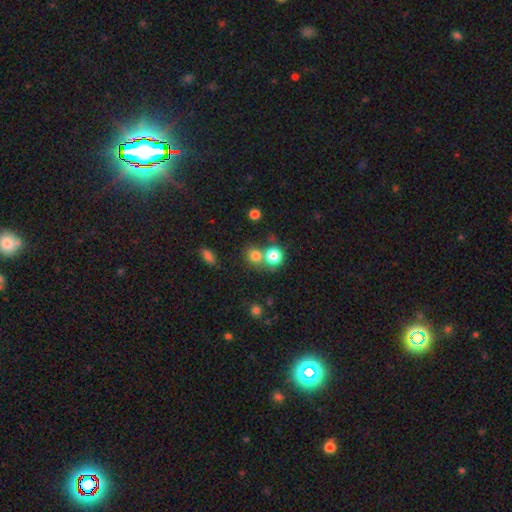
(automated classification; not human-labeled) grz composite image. It shows a smooth galaxy with no disk features (78%) that is round (83%). Merging: none (51%).